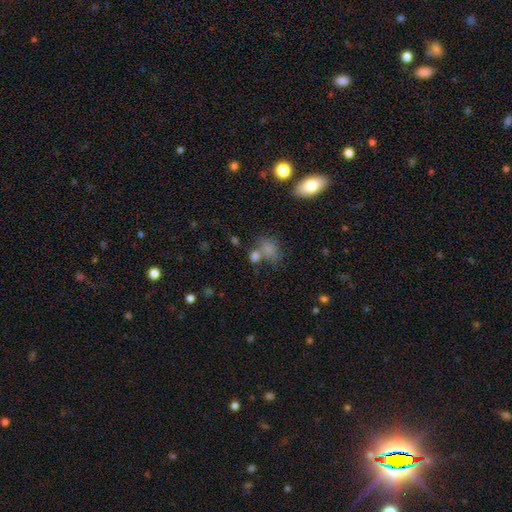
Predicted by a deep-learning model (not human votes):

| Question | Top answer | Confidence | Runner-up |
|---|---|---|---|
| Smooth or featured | smooth | 74% | star or artifact (15%) |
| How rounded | in between | 63% | round (35%) |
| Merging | none | 40% | merger (37%) |